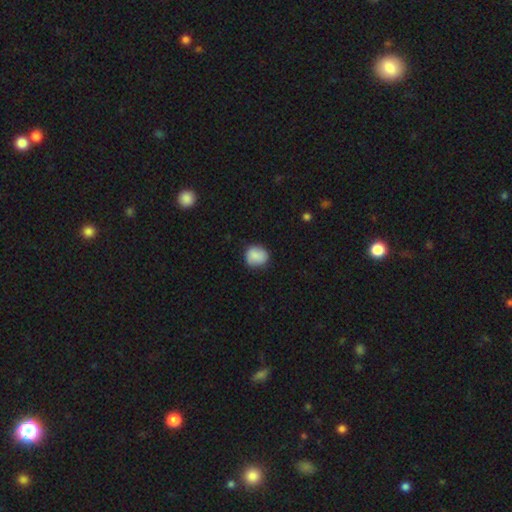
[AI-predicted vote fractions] A smooth galaxy with no disk features (83%) that is round (83%). Merging: none (79%).